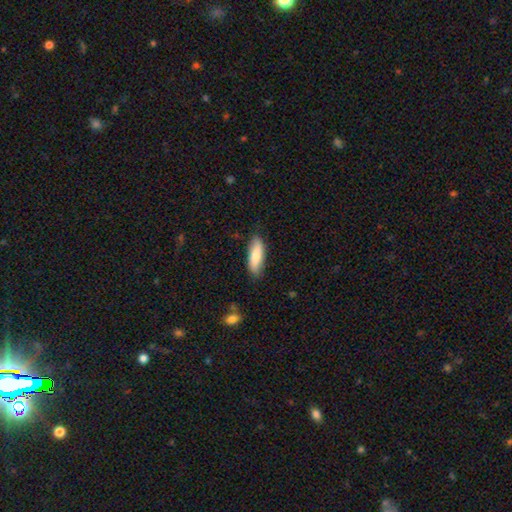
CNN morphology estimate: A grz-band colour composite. It shows a smooth galaxy with no disk features (81%) that is in between round and cigar-shaped (55%). Merging: none (82%).